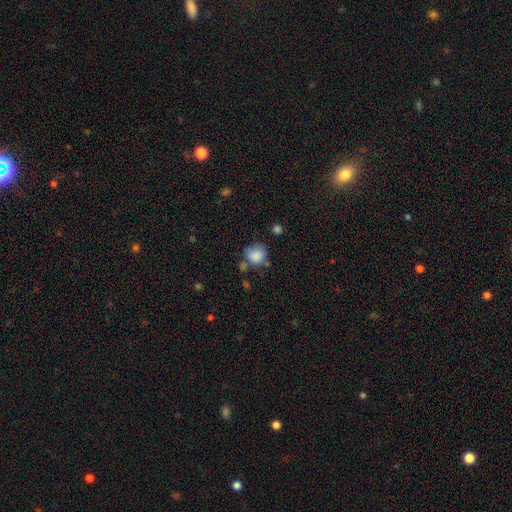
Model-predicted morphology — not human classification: The model was most divided on "merging": none: 55%, minor disturbance: 24%, merger: 12%, major disturbance: 9%. More confident: smooth or featured — smooth (84%); how rounded — round (78%).